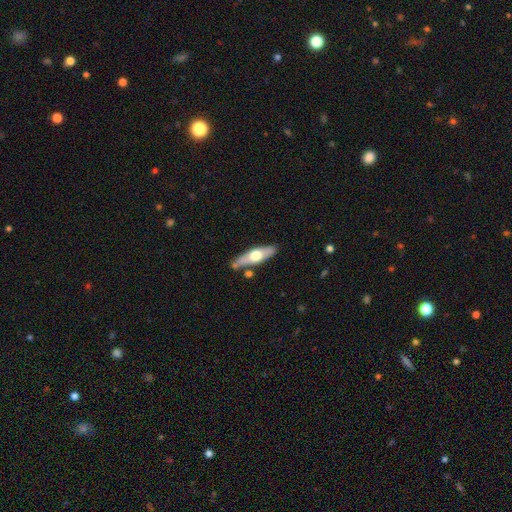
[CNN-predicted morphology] Overall: featured or disk (49%; smooth 46%). Merging: none (76%).